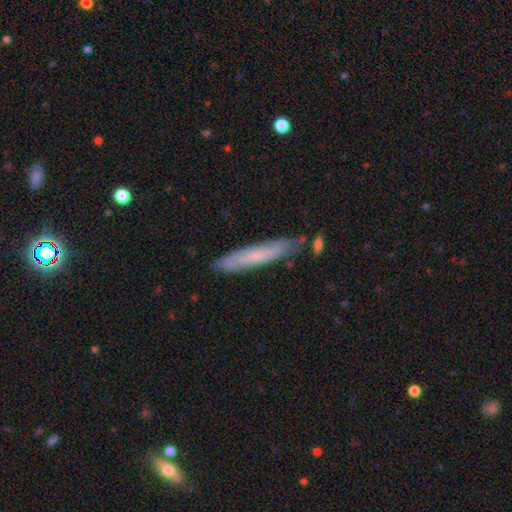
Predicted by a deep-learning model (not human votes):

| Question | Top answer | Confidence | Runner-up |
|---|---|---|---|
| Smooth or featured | smooth | 47% | featured or disk (46%) |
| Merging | none | 75% | minor disturbance (18%) |